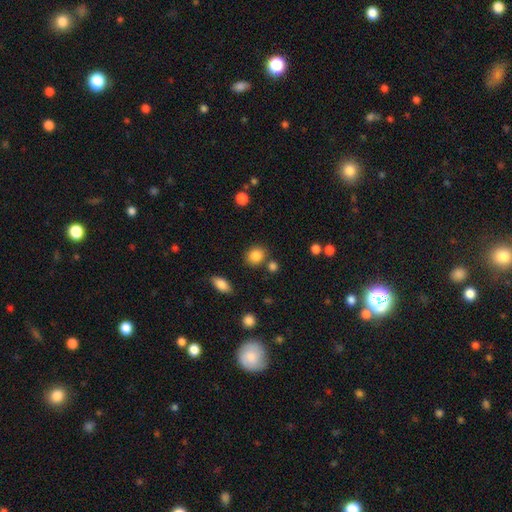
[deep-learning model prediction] A smooth galaxy with no disk features (86%) that is round (68%).

Vote fractions:
- Smooth or featured? smooth: 86% / star or artifact: 10% / featured or disk: 5%
- How rounded? round: 68% / in between: 31% / cigar-shaped: 1%
- Merging? none: 76% / minor disturbance: 11% / merger: 9% / major disturbance: 4%